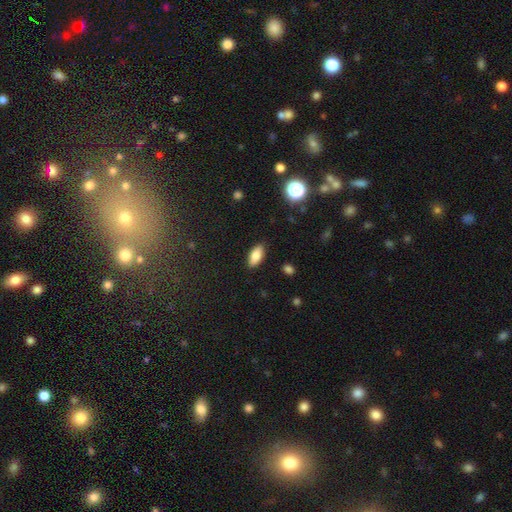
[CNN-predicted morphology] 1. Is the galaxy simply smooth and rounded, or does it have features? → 81% smooth, 11% featured or disk, 8% star or artifact.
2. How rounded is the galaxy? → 87% in between, 10% cigar-shaped, 3% round.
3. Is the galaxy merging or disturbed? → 88% none, 9% minor disturbance, 2% major disturbance, 1% merger.